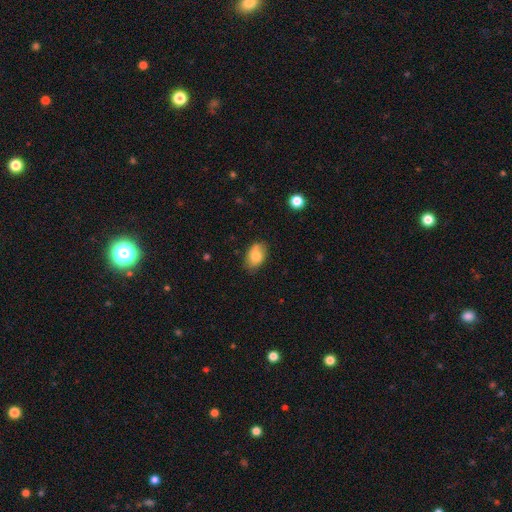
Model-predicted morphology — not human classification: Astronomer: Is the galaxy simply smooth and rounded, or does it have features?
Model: smooth — 78%.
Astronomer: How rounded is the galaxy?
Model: in between — 85%.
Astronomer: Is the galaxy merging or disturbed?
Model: none — 73%.